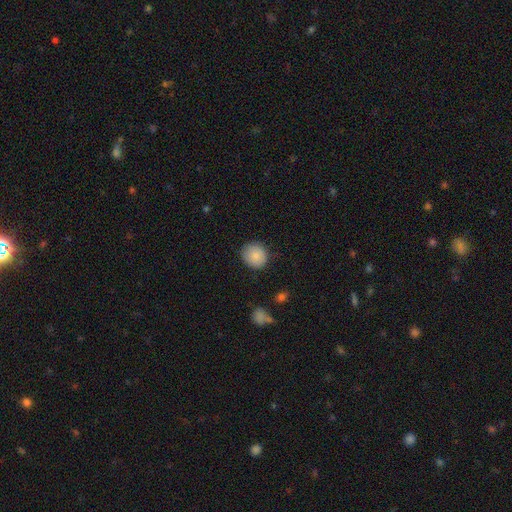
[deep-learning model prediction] Overall: smooth (83%). How rounded: round (81%). Merging: none (80%).